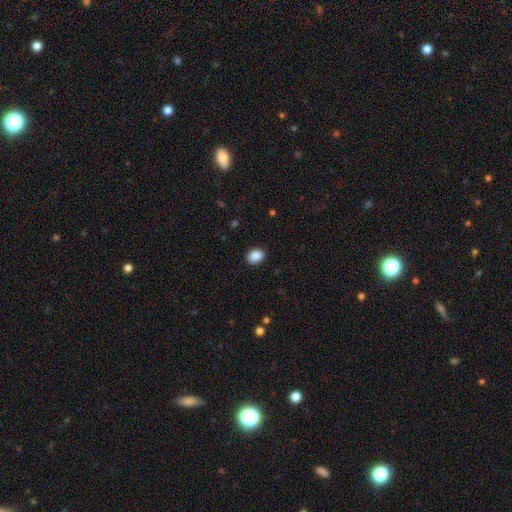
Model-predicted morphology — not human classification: smooth-or-featured: smooth: 89% | star or artifact: 8% | featured or disk: 3%
  how-rounded: in between: 58% | round: 41% | cigar-shaped: 1%
  merging: none: 89% | minor disturbance: 8% | major disturbance: 2% | merger: 1%